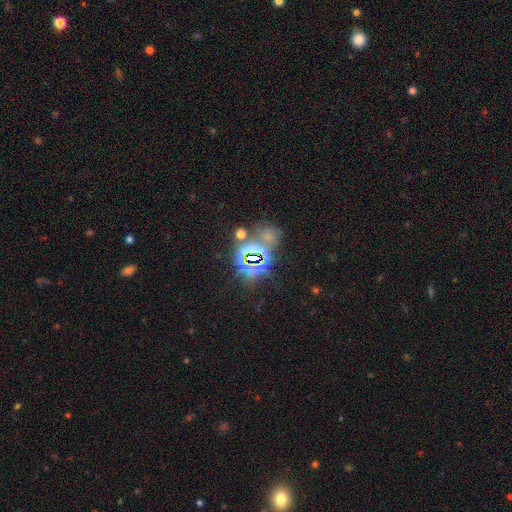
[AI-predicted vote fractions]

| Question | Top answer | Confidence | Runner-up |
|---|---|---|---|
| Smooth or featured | star or artifact | 76% | smooth (16%) |